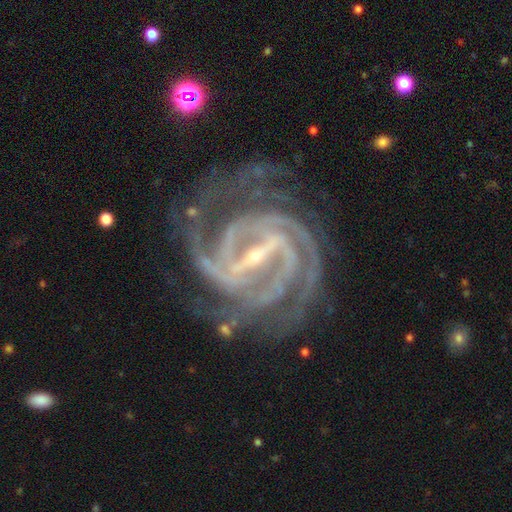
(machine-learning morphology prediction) This appears to be a featured or disk galaxy (94%) with a strong bar (81%), 4 (31%) tight (67%) spiral arms (99%) and a small central bulge (78%). Merging: none (72%).